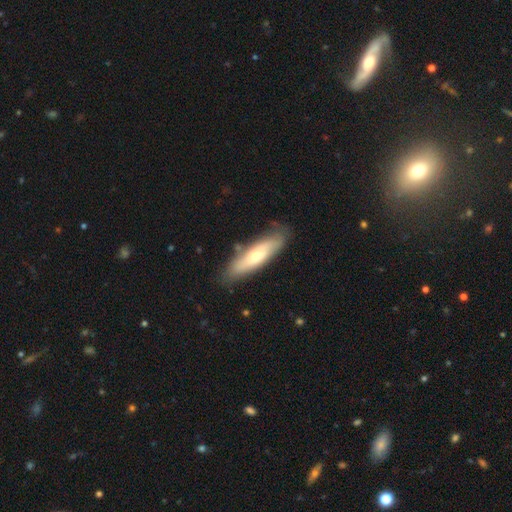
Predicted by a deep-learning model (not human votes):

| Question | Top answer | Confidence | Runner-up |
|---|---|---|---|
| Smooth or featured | smooth | 53% | featured or disk (41%) |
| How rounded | cigar-shaped | 62% | in between (36%) |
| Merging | none | 80% | minor disturbance (14%) |